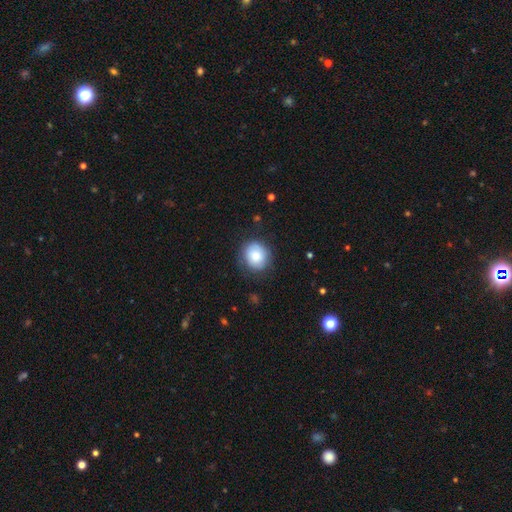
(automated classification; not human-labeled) Smooth or featured?
  - smooth: 76% *
  - featured or disk: 16%
  - star or artifact: 8%
How rounded?
  - round: 85% *
  - in between: 14%
  - cigar-shaped: 1%
Merging?
  - none: 79% *
  - minor disturbance: 15%
  - major disturbance: 5%
  - merger: 1%